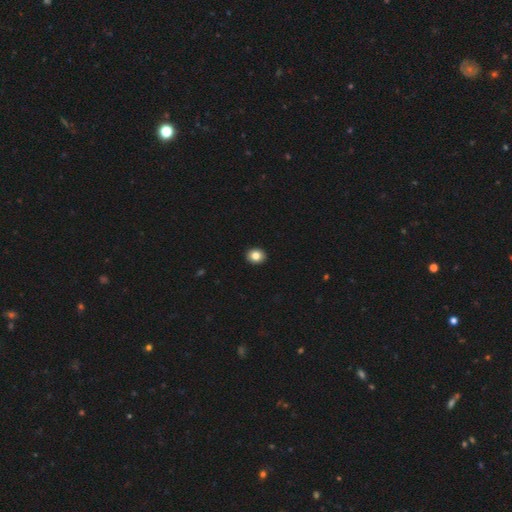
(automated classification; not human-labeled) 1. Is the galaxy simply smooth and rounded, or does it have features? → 84% smooth, 9% star or artifact, 7% featured or disk.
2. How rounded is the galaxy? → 66% round, 33% in between, 1% cigar-shaped.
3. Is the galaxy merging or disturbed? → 93% none, 5% minor disturbance, 1% major disturbance, 1% merger.